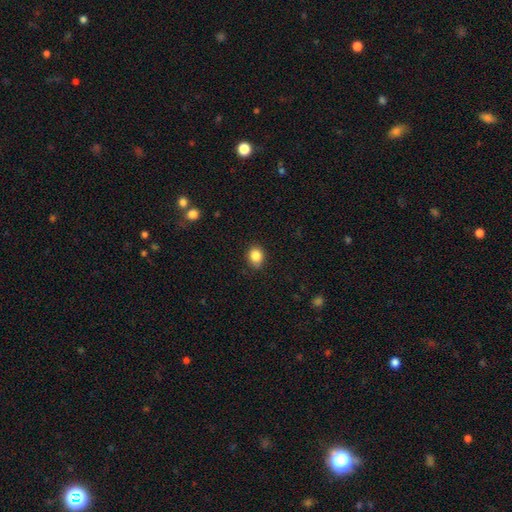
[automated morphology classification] Smooth or featured: smooth — 85% (star or artifact — 10%)
How rounded: round — 59% (in between — 40%)
Merging: none — 83% (minor disturbance — 13%)